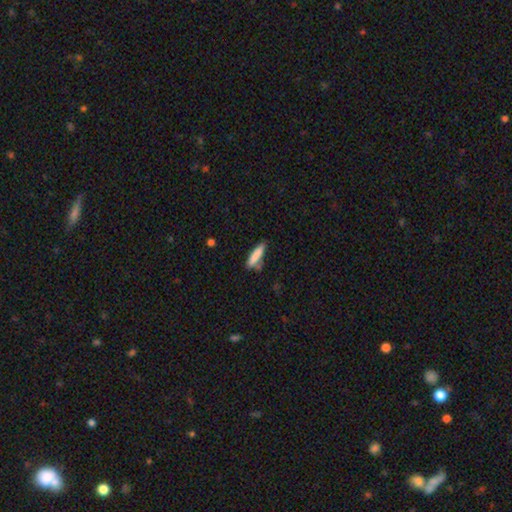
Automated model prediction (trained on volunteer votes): Smooth or featured? Predicted: smooth (p=0.84). How rounded? Predicted: cigar-shaped (p=0.75). Merging? Predicted: none (p=0.68).